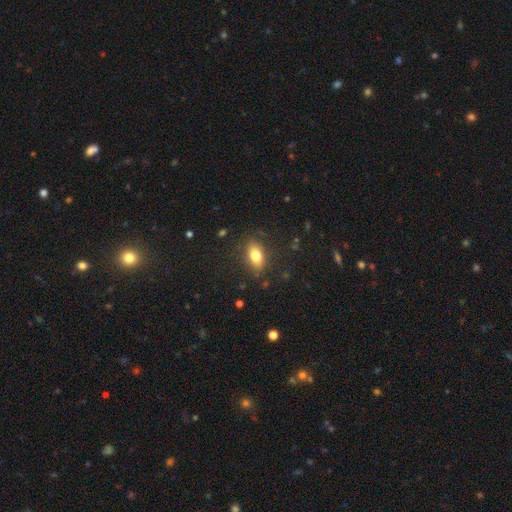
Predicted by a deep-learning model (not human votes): Smooth or featured? Predicted: smooth (p=0.78). How rounded? Predicted: in between (p=0.85). Merging? Predicted: none (p=0.81).